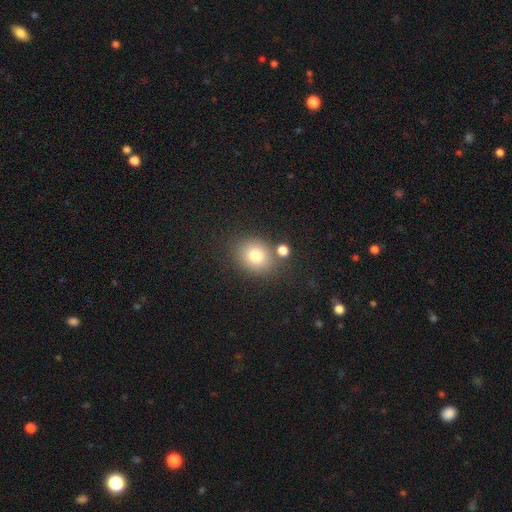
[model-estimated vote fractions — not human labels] smooth_or_featured: smooth (p=0.79) [alt: star or artifact p=0.11]
how_rounded: round (p=0.64) [alt: in between p=0.35]
merging: none (p=0.73) [alt: minor disturbance p=0.12]